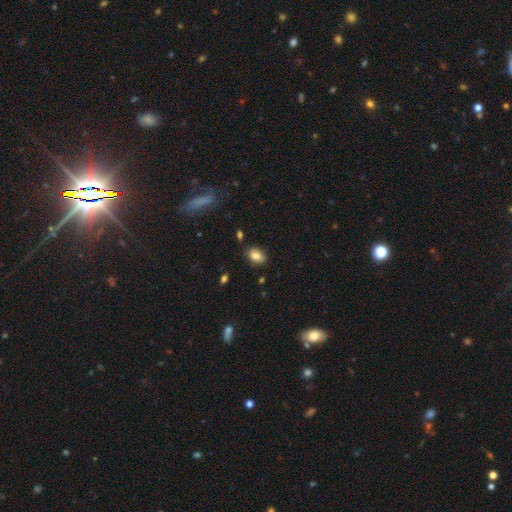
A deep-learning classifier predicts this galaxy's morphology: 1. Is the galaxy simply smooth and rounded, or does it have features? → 83% smooth, 9% star or artifact, 8% featured or disk.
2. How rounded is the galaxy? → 83% in between, 15% round, 2% cigar-shaped.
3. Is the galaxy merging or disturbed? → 80% none, 14% minor disturbance, 3% major disturbance, 3% merger.